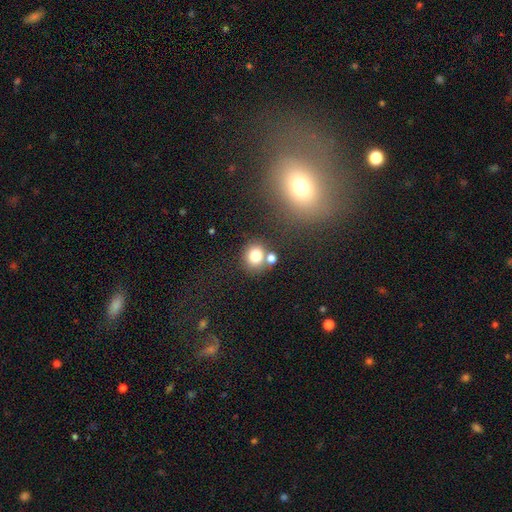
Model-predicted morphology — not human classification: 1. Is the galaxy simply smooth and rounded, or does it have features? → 78% smooth, 13% star or artifact, 9% featured or disk.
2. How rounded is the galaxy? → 81% round, 18% in between, 1% cigar-shaped.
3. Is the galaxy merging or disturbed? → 65% none, 22% merger, 10% minor disturbance, 4% major disturbance.